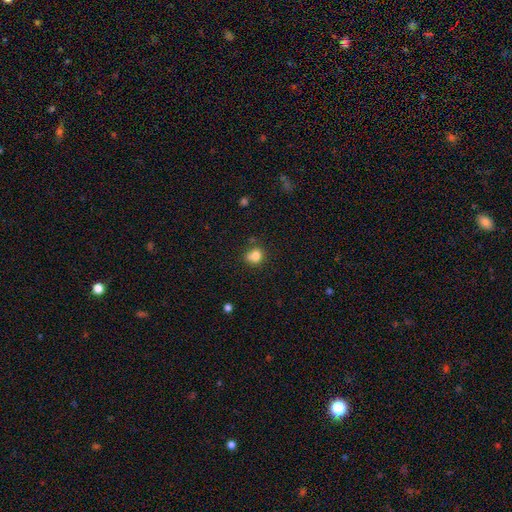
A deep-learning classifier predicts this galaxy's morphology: smooth-or-featured: smooth: 82% | star or artifact: 11% | featured or disk: 7%
  how-rounded: round: 72% | in between: 27% | cigar-shaped: 1%
  merging: none: 64% | minor disturbance: 21% | merger: 9% | major disturbance: 5%